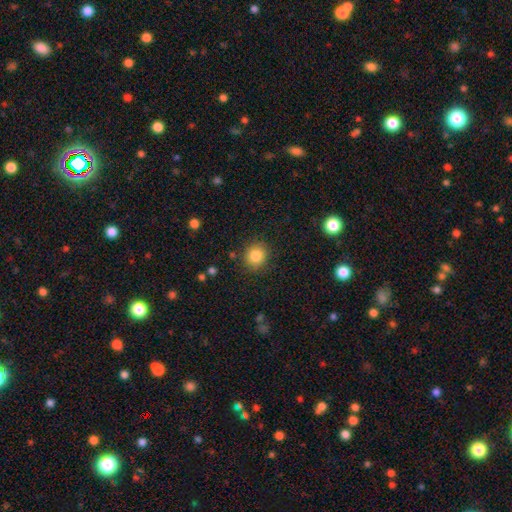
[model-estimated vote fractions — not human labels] This is clearly a smooth galaxy (85%). How rounded: clearly round (84%). Merging: clearly none (87%).